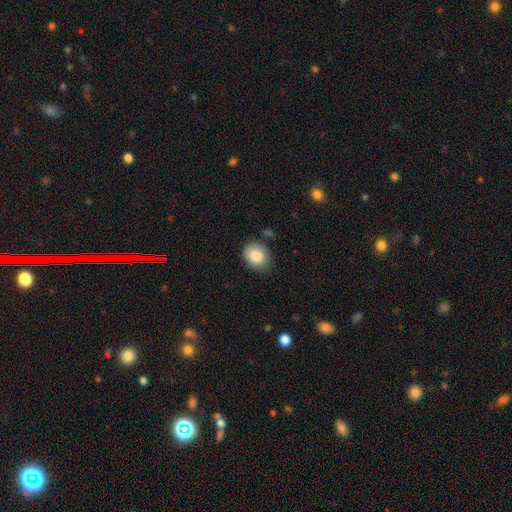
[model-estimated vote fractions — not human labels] Overall: smooth (83%). How rounded: round (51%; in between 49%). Merging: none (67%).